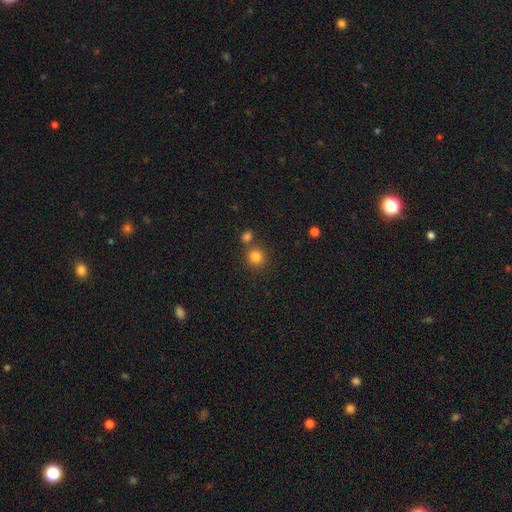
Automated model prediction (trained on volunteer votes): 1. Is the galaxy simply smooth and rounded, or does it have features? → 83% smooth, 12% star or artifact, 5% featured or disk.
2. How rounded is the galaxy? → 89% round, 11% in between, 1% cigar-shaped.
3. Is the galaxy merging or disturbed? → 69% none, 21% merger, 8% minor disturbance, 3% major disturbance.